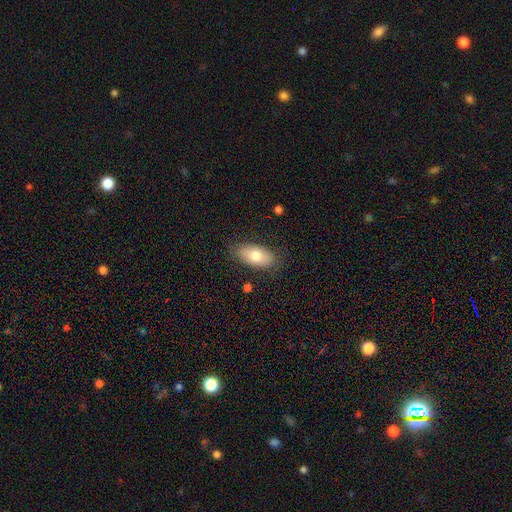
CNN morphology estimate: smooth_or_featured: smooth (p=0.76) [alt: featured or disk p=0.18]
how_rounded: in between (p=0.91) [alt: cigar-shaped p=0.05]
merging: none (p=0.82) [alt: minor disturbance p=0.13]